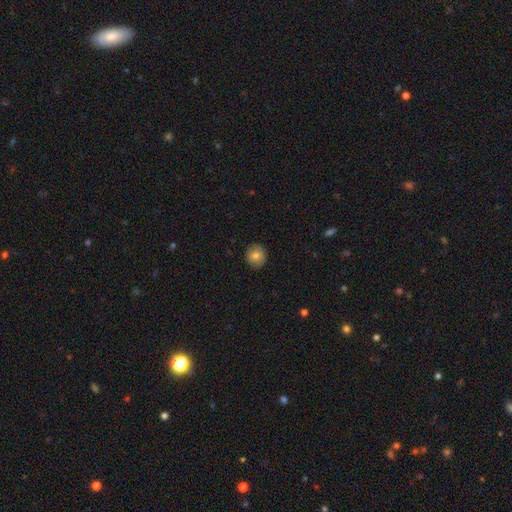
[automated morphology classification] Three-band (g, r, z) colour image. It shows a smooth galaxy with no disk features (78%) that is round (90%). Merging: none (89%).